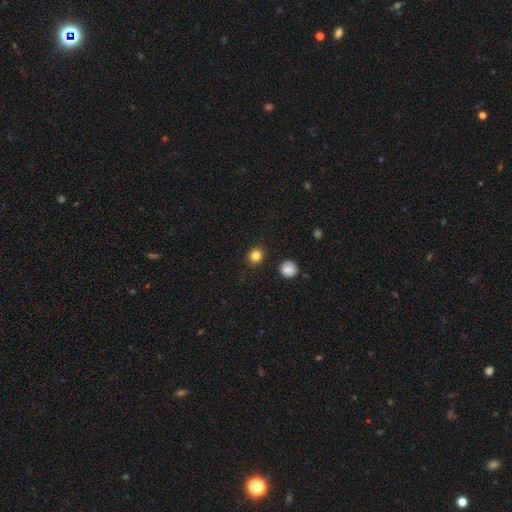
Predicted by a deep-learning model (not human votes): smooth 83%, star or artifact 12%, featured or disk 5%. Down the decision tree: how rounded — round (83%); merging — none (90%).